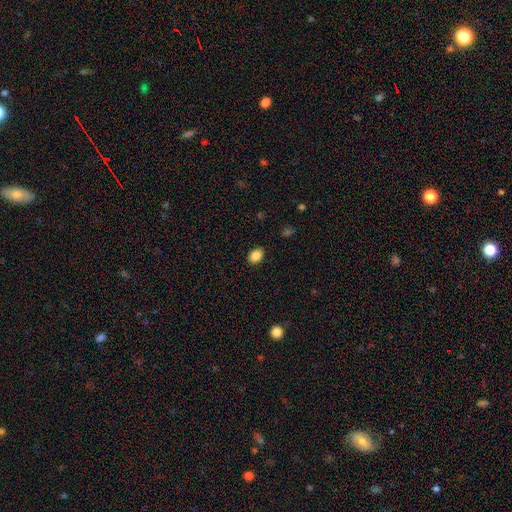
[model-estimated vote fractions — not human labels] A smooth galaxy with no disk features (86%) that is in between round and cigar-shaped (75%).

Vote fractions:
- Smooth or featured? smooth: 86% / star or artifact: 9% / featured or disk: 5%
- How rounded? in between: 75% / round: 24% / cigar-shaped: 1%
- Merging? none: 87% / minor disturbance: 10% / major disturbance: 2% / merger: 1%